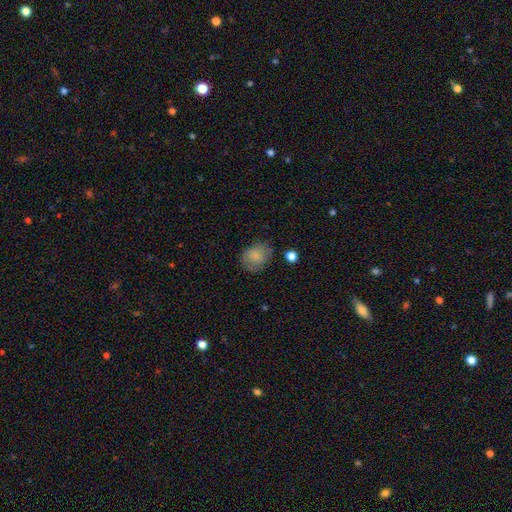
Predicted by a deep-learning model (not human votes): A smooth galaxy with no disk features (78%) that is round (60%).

Vote fractions:
- Smooth or featured? smooth: 78% / featured or disk: 13% / star or artifact: 9%
- How rounded? round: 60% / in between: 39% / cigar-shaped: 1%
- Merging? none: 67% / minor disturbance: 23% / major disturbance: 8% / merger: 3%